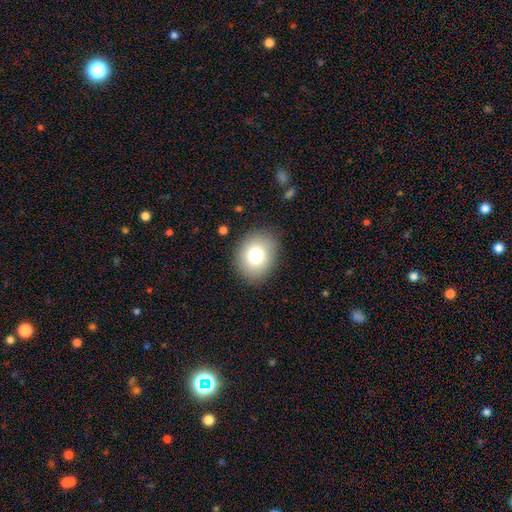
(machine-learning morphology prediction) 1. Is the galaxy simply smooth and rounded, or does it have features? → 79% smooth, 11% featured or disk, 10% star or artifact.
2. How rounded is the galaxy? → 51% round, 48% in between, 1% cigar-shaped.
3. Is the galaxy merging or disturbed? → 87% none, 9% minor disturbance, 3% major disturbance, 1% merger.